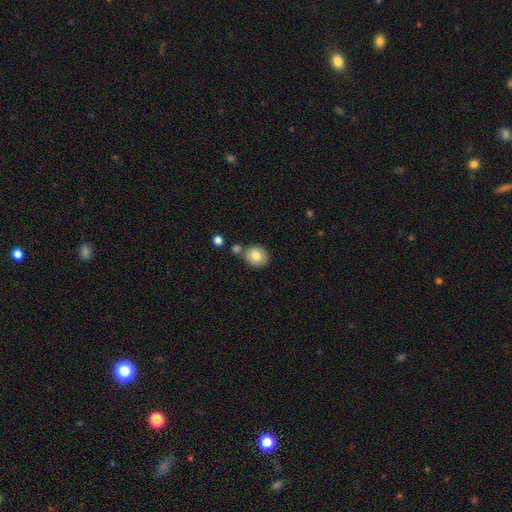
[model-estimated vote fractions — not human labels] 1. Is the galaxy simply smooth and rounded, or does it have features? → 79% smooth, 12% featured or disk, 9% star or artifact.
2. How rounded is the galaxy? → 70% round, 29% in between, 1% cigar-shaped.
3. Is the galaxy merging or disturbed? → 69% none, 16% merger, 13% minor disturbance, 3% major disturbance.